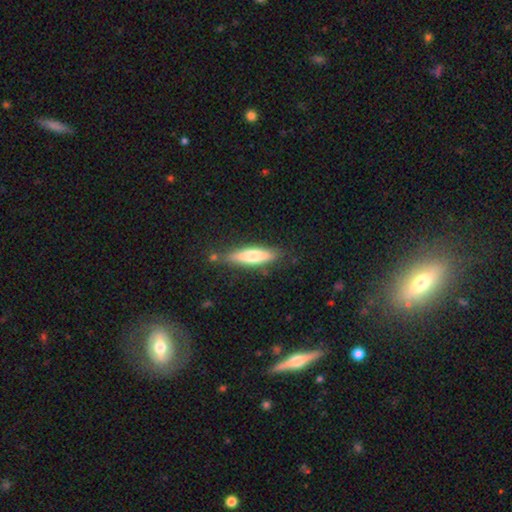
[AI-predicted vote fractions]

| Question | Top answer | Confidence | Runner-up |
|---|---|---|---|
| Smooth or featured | smooth | 69% | featured or disk (25%) |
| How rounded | cigar-shaped | 67% | in between (31%) |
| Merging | none | 78% | minor disturbance (15%) |